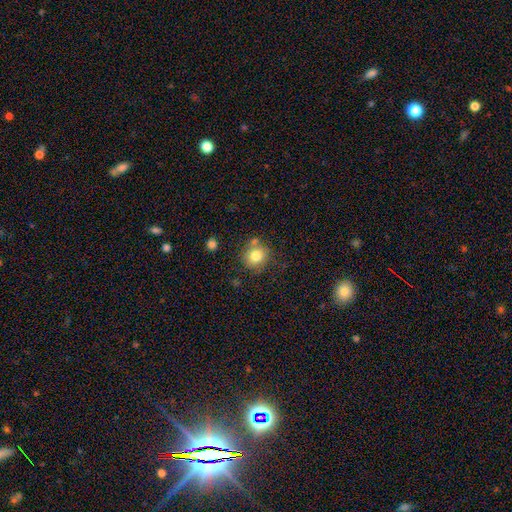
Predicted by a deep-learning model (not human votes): Smooth or featured?
  - smooth: 80% *
  - star or artifact: 10%
  - featured or disk: 10%
How rounded?
  - round: 84% *
  - in between: 15%
  - cigar-shaped: 1%
Merging?
  - none: 68% *
  - minor disturbance: 14%
  - merger: 13%
  - major disturbance: 5%